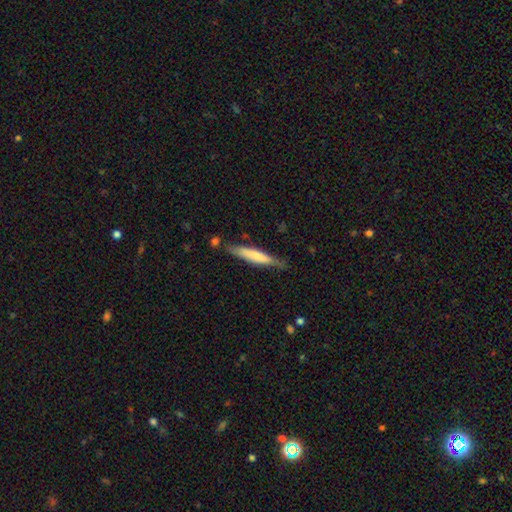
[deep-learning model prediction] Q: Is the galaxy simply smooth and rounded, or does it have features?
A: smooth — 60%.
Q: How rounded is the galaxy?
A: cigar-shaped — 90%.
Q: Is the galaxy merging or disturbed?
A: none — 76%.